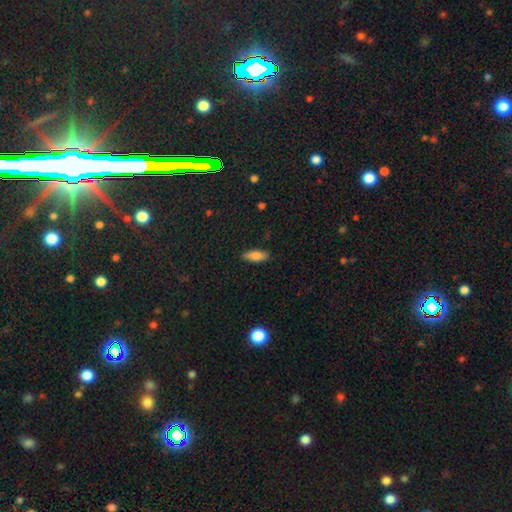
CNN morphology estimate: This appears to be a smooth galaxy with no disk features (79%) that is in between round and cigar-shaped (73%). Merging: none (86%).